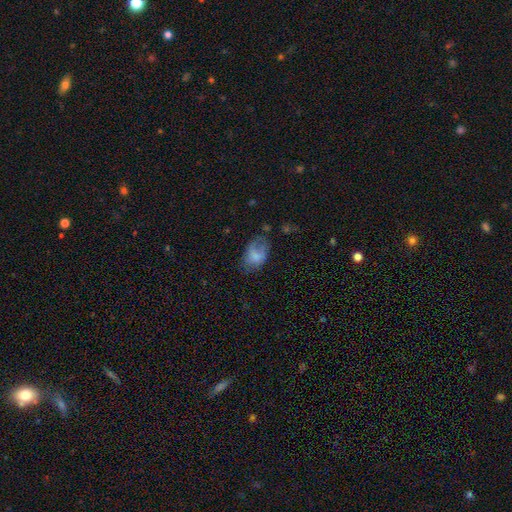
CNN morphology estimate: Smooth or featured?
  - smooth: 71% *
  - featured or disk: 20%
  - star or artifact: 9%
How rounded?
  - in between: 85% *
  - round: 14%
  - cigar-shaped: 1%
Merging?
  - none: 43% *
  - minor disturbance: 32%
  - major disturbance: 23%
  - merger: 3%